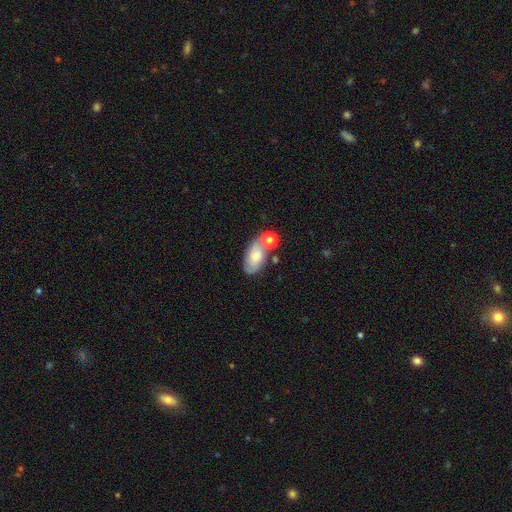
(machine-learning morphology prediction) This is likely a smooth galaxy (64%). How rounded: clearly in between (89%). Merging: possibly none (46%).